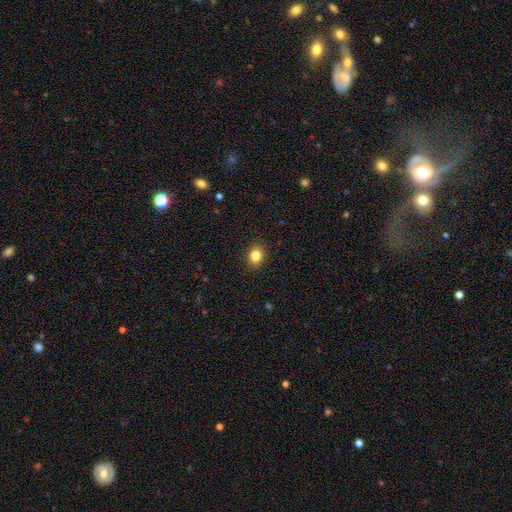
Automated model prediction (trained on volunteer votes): Smooth or featured? smooth (84%)
How rounded? in between (50%)
Merging? none (89%)